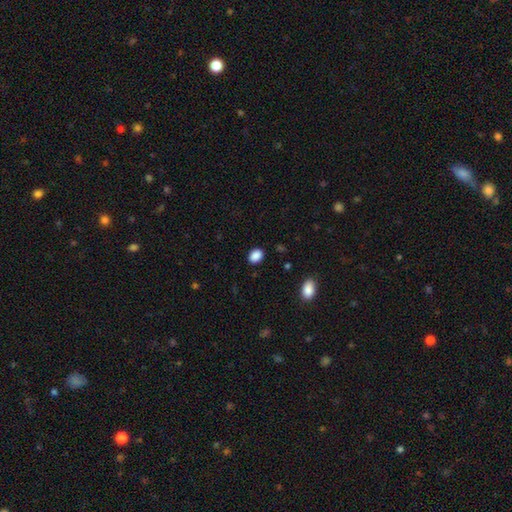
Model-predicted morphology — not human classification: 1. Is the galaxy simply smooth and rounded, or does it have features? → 89% smooth, 9% star or artifact, 3% featured or disk.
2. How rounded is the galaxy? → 68% in between, 30% round, 1% cigar-shaped.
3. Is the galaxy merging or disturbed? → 88% none, 8% minor disturbance, 2% major disturbance, 1% merger.